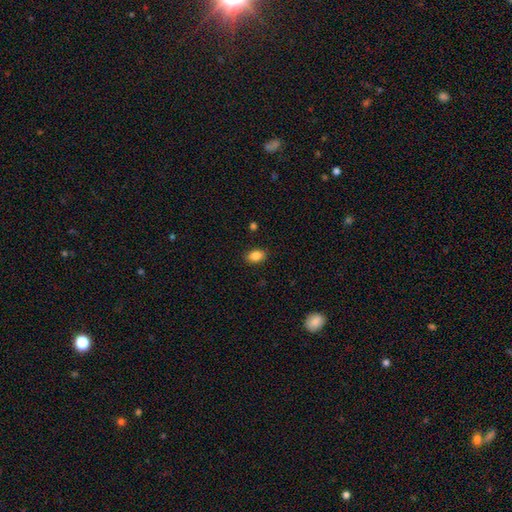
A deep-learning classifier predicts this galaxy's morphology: This appears to be a smooth galaxy with no disk features (86%) that is in between round and cigar-shaped (85%). Merging: none (88%).